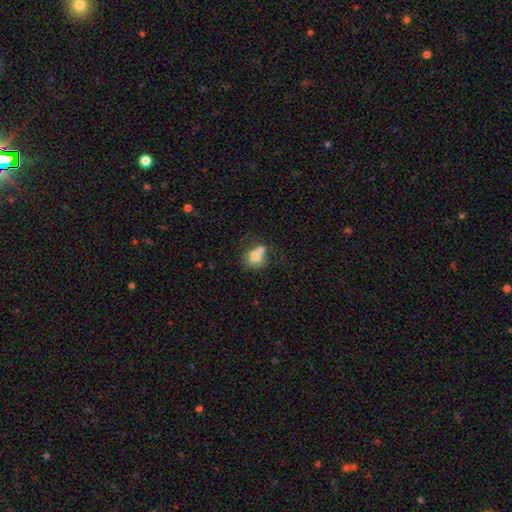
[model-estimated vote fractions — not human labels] smooth-or-featured: smooth: 72% | featured or disk: 18% | star or artifact: 10%
  how-rounded: round: 66% | in between: 33% | cigar-shaped: 1%
  merging: merger: 50% | none: 32% | minor disturbance: 11% | major disturbance: 6%